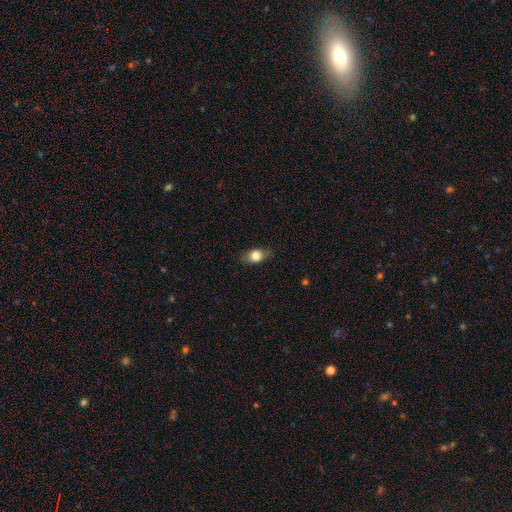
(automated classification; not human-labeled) Smooth or featured? smooth (80%)
How rounded? in between (77%)
Merging? none (81%)